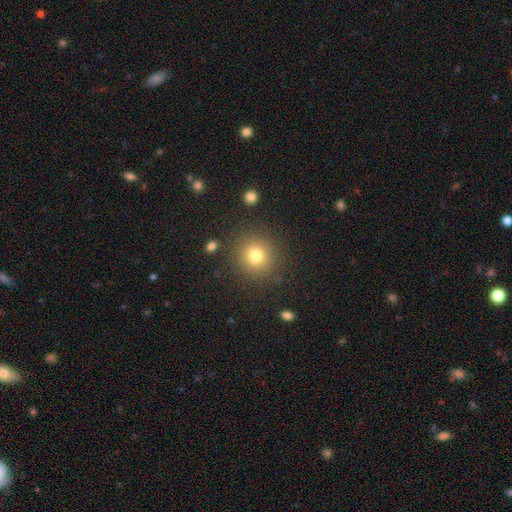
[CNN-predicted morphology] Overall: smooth (78%). How rounded: round (92%). Merging: none (87%).